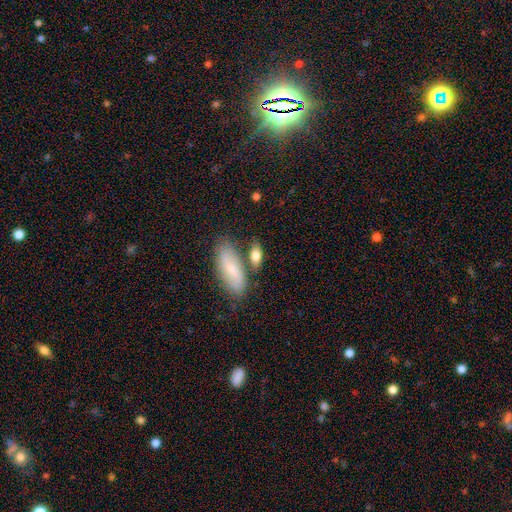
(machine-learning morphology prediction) Smooth or featured: smooth — 78% (featured or disk — 16%)
How rounded: in between — 76% (cigar-shaped — 18%)
Merging: none — 61% (merger — 20%)